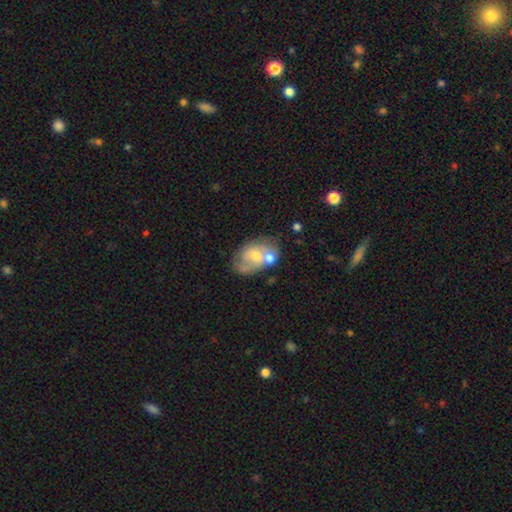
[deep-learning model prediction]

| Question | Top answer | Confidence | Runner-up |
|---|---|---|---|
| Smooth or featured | featured or disk | 55% | smooth (37%) |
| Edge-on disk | no | 96% | yes (4%) |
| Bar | no | 69% | weak (26%) |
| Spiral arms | yes | 52% | no (48%) |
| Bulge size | moderate | 55% | small (35%) |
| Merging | none | 37% | merger (33%) |